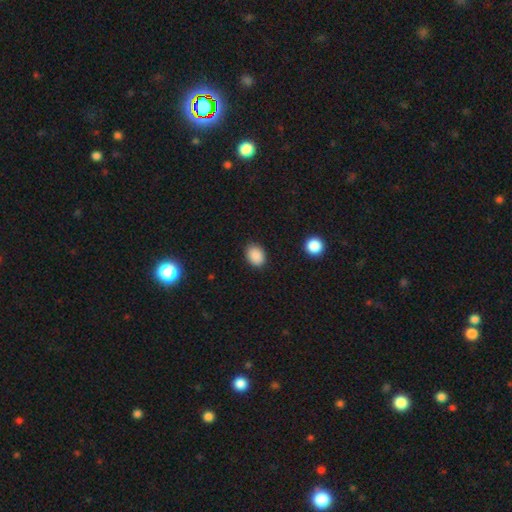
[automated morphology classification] Smooth or featured? Predicted: smooth (p=0.88). How rounded? Predicted: in between (p=0.62). Merging? Predicted: none (p=0.87).